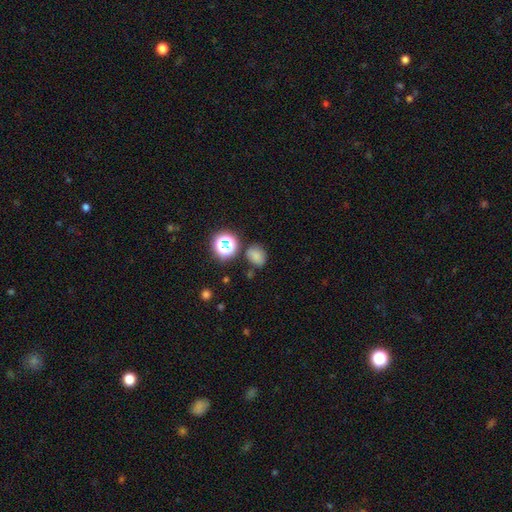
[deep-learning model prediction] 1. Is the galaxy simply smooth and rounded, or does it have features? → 72% smooth, 20% star or artifact, 8% featured or disk.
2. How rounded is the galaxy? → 53% in between, 46% round, 1% cigar-shaped.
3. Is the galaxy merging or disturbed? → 66% none, 21% minor disturbance, 7% merger, 6% major disturbance.